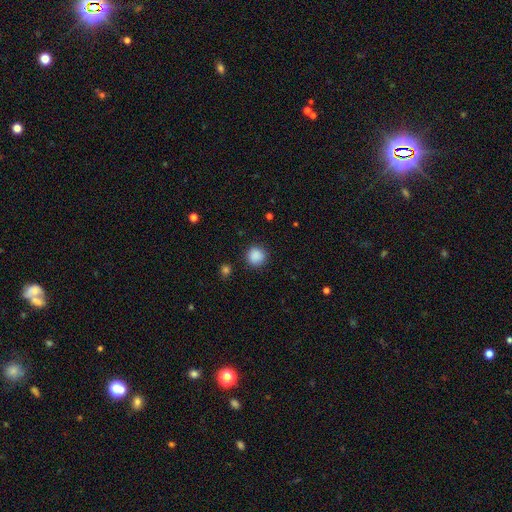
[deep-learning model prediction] Q: Smooth or featured?
A: smooth (88%); runner-up: star or artifact (9%)
Q: How rounded?
A: round (93%); runner-up: in between (6%)
Q: Merging?
A: none (89%); runner-up: minor disturbance (7%)